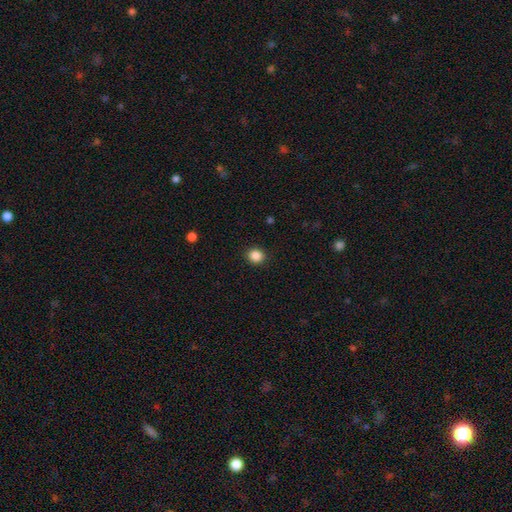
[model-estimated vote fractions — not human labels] Overall: smooth (87%). How rounded: round (82%). Merging: none (91%).